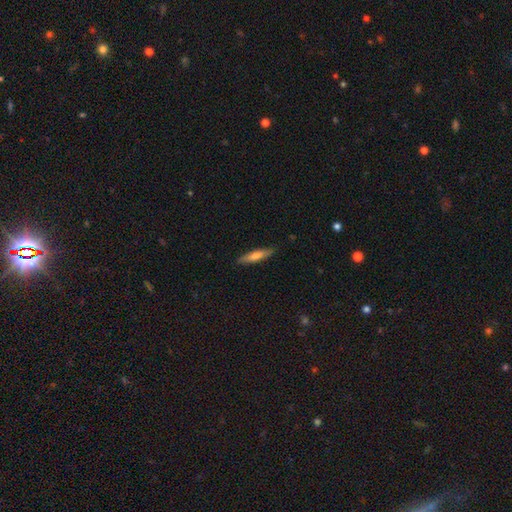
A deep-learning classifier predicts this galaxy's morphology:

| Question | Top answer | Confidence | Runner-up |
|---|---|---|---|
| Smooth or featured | smooth | 58% | featured or disk (36%) |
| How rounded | cigar-shaped | 87% | in between (12%) |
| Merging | none | 88% | minor disturbance (9%) |